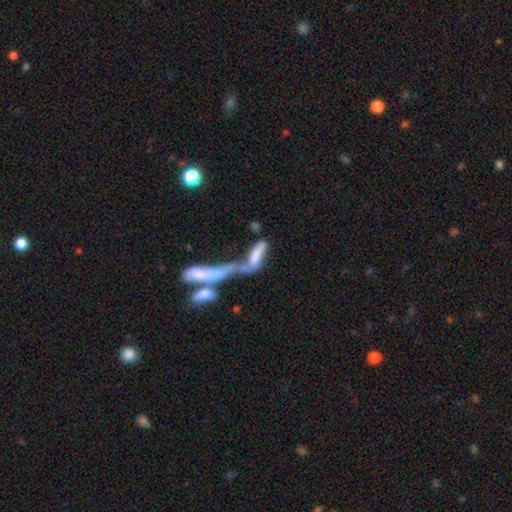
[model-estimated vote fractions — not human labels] Overall: smooth (65%). How rounded: cigar-shaped (58%; in between 39%). Merging: merger (64%).